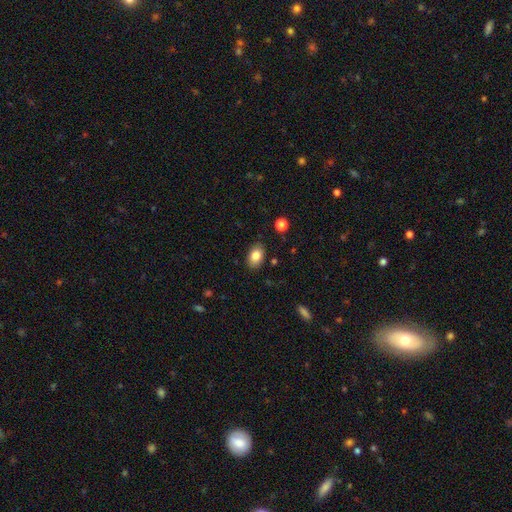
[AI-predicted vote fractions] The model was most divided on "how rounded": in between: 86%, round: 13%, cigar-shaped: 1%. More confident: merging — none (86%); smooth or featured — smooth (84%).